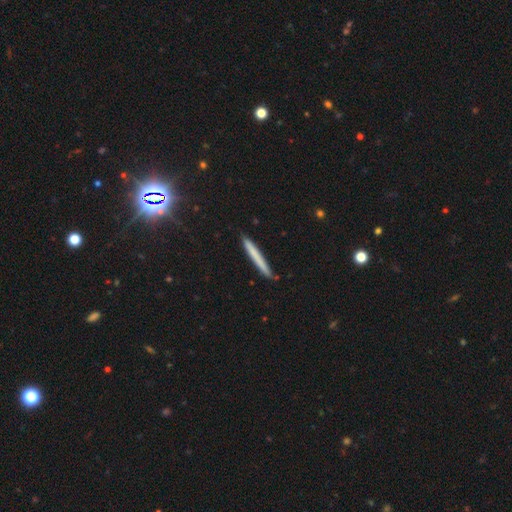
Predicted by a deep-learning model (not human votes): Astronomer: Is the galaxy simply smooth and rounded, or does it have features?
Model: smooth — 67%.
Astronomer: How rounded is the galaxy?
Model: cigar-shaped — 97%.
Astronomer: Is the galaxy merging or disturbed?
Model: none — 89%.